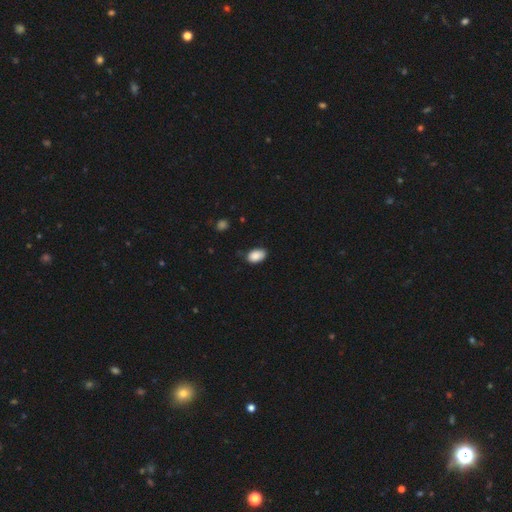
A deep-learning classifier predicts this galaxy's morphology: A smooth galaxy with no disk features (88%) that is in between round and cigar-shaped (89%). Merging: none (76%).